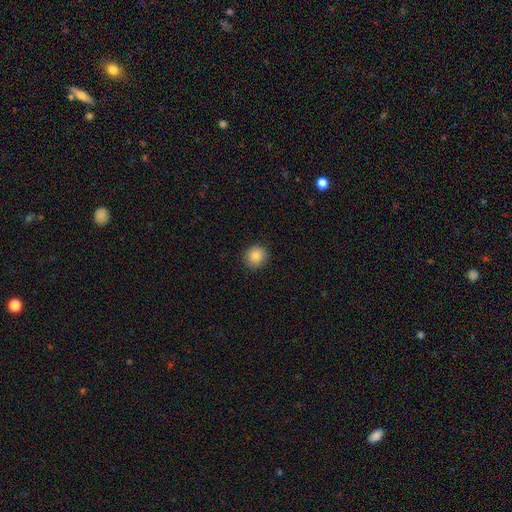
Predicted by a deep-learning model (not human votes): smooth-or-featured: smooth: 86% | star or artifact: 9% | featured or disk: 4%
  how-rounded: round: 89% | in between: 10% | cigar-shaped: 1%
  merging: none: 89% | minor disturbance: 8% | major disturbance: 2% | merger: 1%